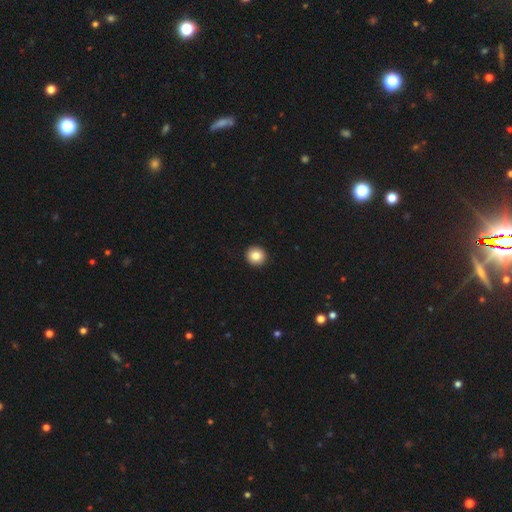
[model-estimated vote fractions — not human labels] smooth_or_featured: smooth (p=0.85) [alt: star or artifact p=0.09]
how_rounded: round (p=0.93) [alt: in between p=0.06]
merging: none (p=0.94) [alt: minor disturbance p=0.04]